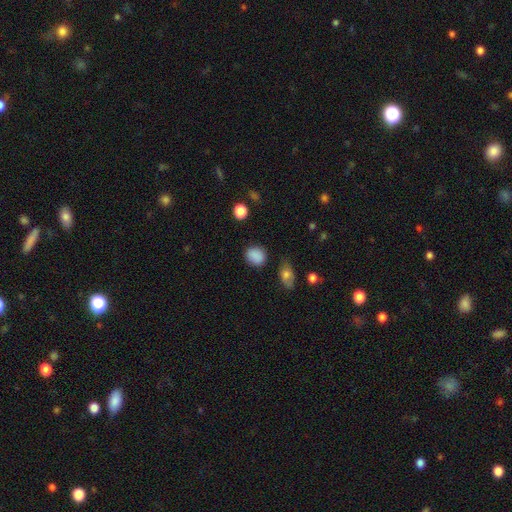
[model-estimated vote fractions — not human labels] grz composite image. It shows a smooth galaxy with no disk features (86%) that is round (64%). Merging: none (82%).